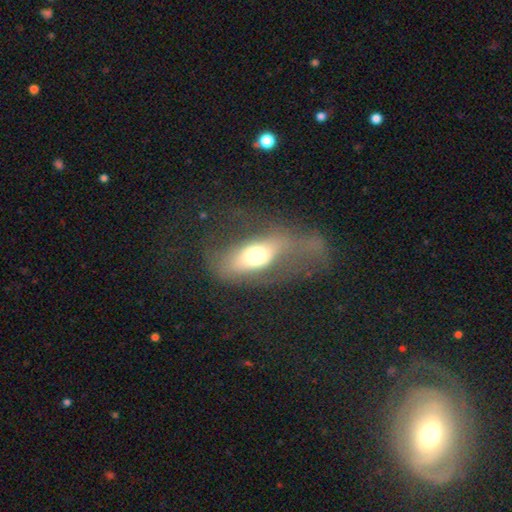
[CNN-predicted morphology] Smooth or featured? smooth (47%)
Merging? major disturbance (47%)